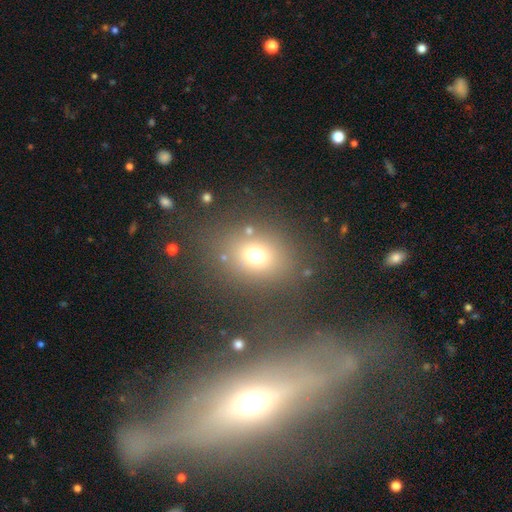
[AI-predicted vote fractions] Overall: smooth (70%). How rounded: round (61%; in between 37%). Merging: none (75%).